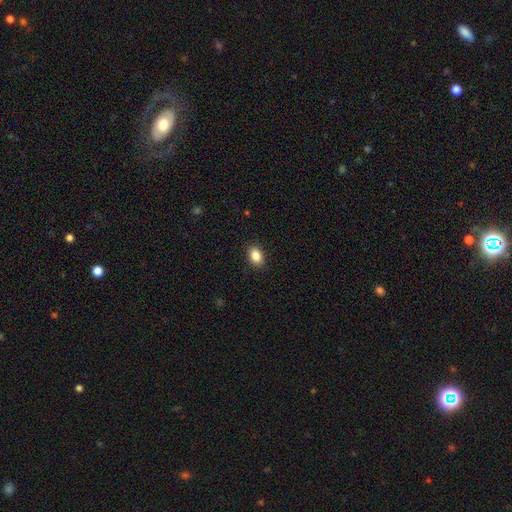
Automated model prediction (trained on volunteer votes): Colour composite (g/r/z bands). It shows a smooth galaxy with no disk features (86%) that is in between round and cigar-shaped (82%). Merging: none (90%).